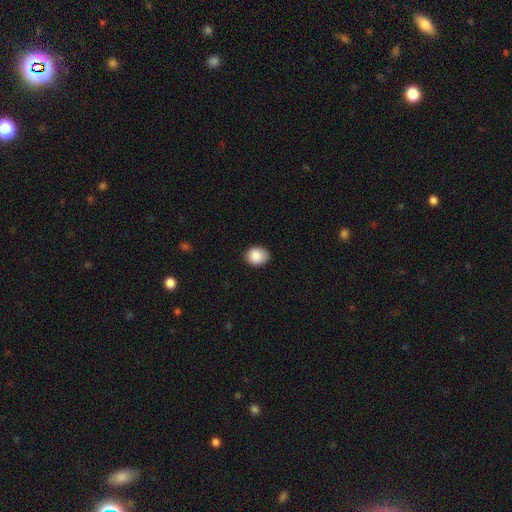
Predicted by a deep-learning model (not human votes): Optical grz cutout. It shows a smooth galaxy with no disk features (88%) that is round (60%). Merging: none (82%).